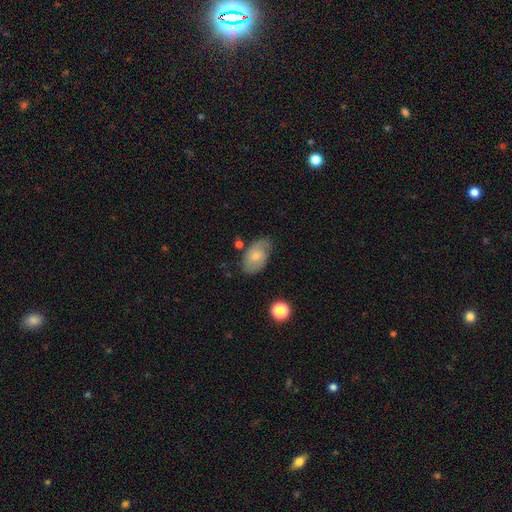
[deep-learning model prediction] The model was most divided on "smooth or featured": smooth: 59%, featured or disk: 34%, star or artifact: 7%. More confident: how rounded — in between (91%); merging — none (67%).